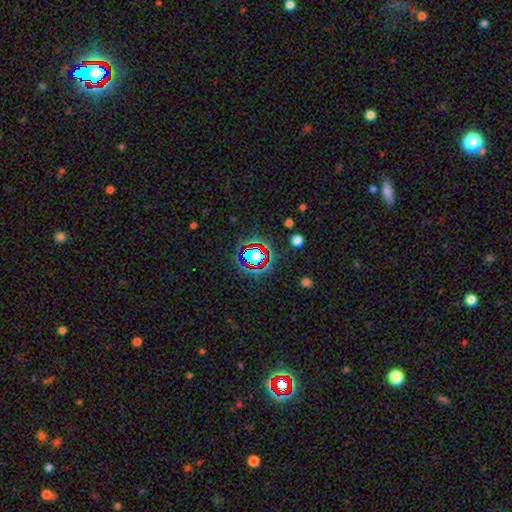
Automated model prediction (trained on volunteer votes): Smooth or featured?
  - star or artifact: 62% *
  - smooth: 25%
  - featured or disk: 12%